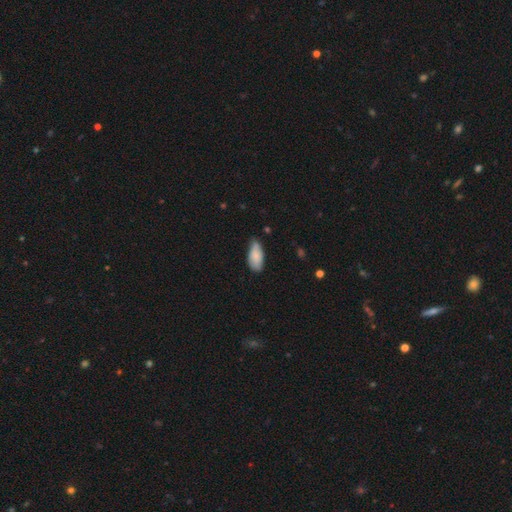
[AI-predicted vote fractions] This is clearly a smooth galaxy (83%). How rounded: clearly in between (89%). Merging: possibly none (56%).